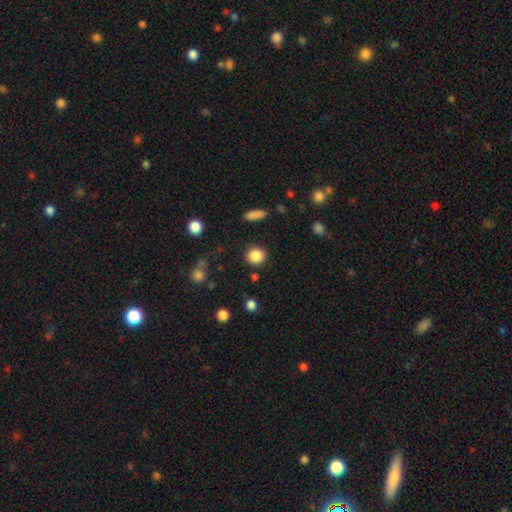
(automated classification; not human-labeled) A smooth galaxy with no disk features (86%) that is round (85%). Merging: none (87%).